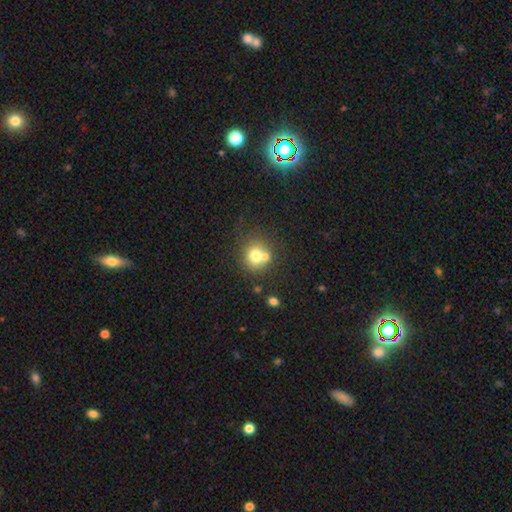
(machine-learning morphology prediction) Smooth or featured? smooth (70%)
How rounded? round (82%)
Merging? none (45%)